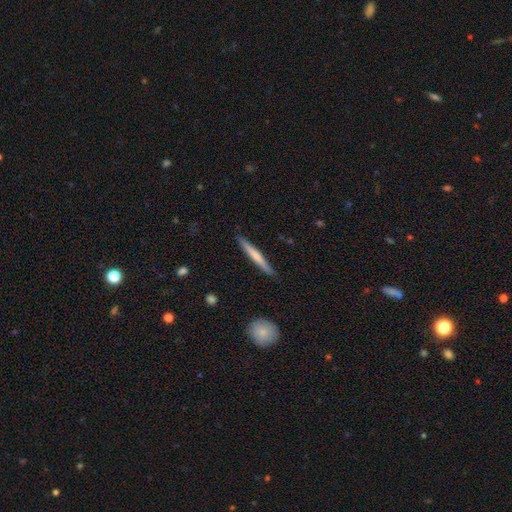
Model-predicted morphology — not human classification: The model was most divided on "smooth or featured": smooth: 58%, featured or disk: 37%, star or artifact: 5%. More confident: how rounded — cigar-shaped (96%); merging — none (89%).